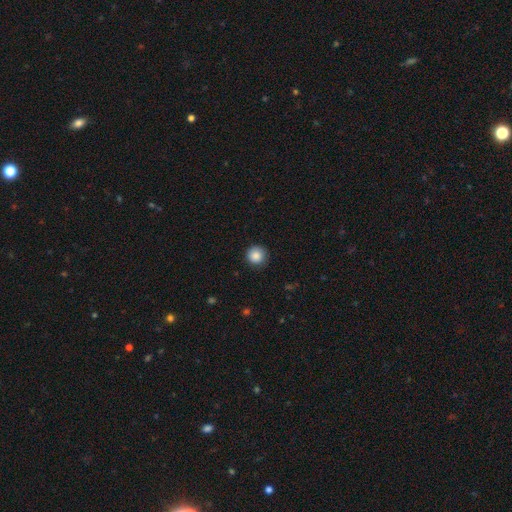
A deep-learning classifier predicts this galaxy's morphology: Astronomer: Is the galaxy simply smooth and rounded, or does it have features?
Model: smooth — 87%.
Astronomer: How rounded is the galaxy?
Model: round — 95%.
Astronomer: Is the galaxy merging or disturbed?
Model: none — 88%.